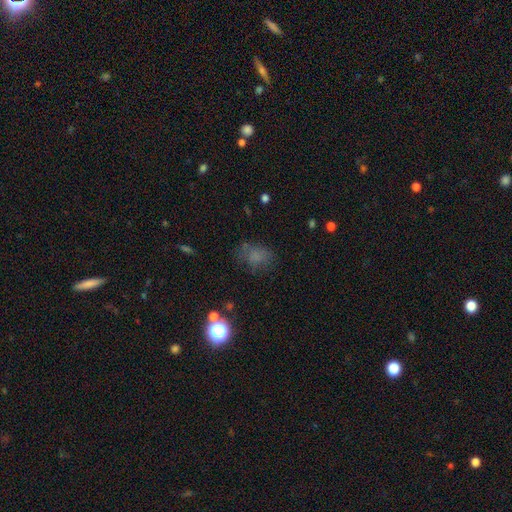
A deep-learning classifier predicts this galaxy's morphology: Smooth or featured? smooth (66%)
How rounded? in between (64%)
Merging? none (59%)